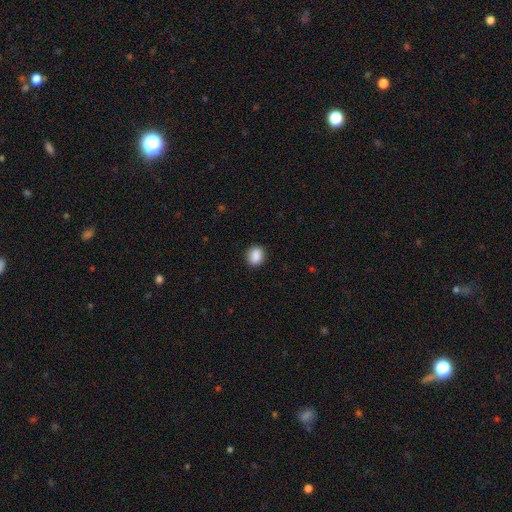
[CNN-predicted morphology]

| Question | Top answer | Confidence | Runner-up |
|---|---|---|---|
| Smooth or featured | smooth | 88% | star or artifact (8%) |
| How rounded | round | 66% | in between (33%) |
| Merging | none | 89% | minor disturbance (8%) |